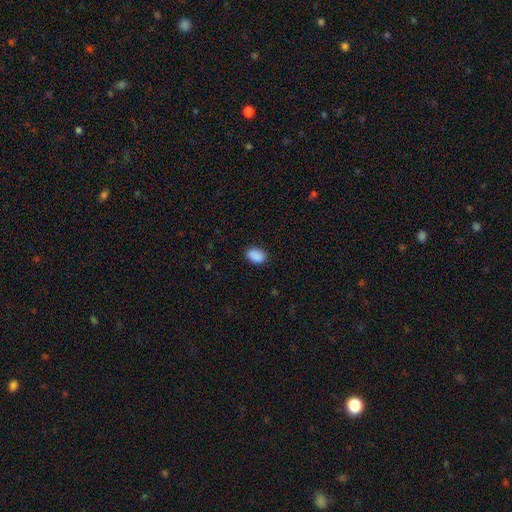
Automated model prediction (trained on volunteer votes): A smooth galaxy with no disk features (90%) that is in between round and cigar-shaped (84%). Merging: none (86%).